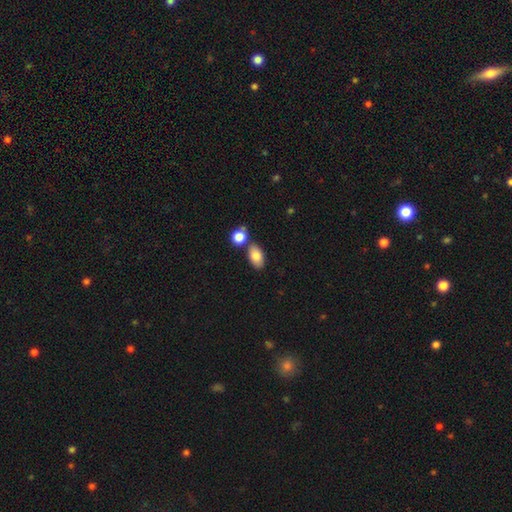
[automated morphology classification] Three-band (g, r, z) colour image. It shows a smooth galaxy with no disk features (84%) that is in between round and cigar-shaped (91%). Merging: none (67%).